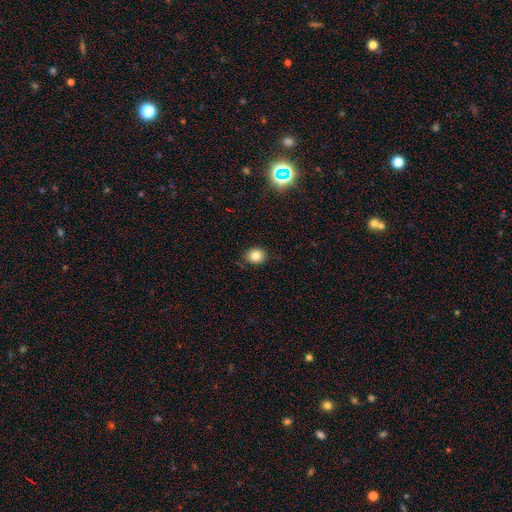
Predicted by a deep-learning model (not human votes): Smooth or featured? Predicted: smooth (p=0.82). How rounded? Predicted: round (p=0.70). Merging? Predicted: none (p=0.86).